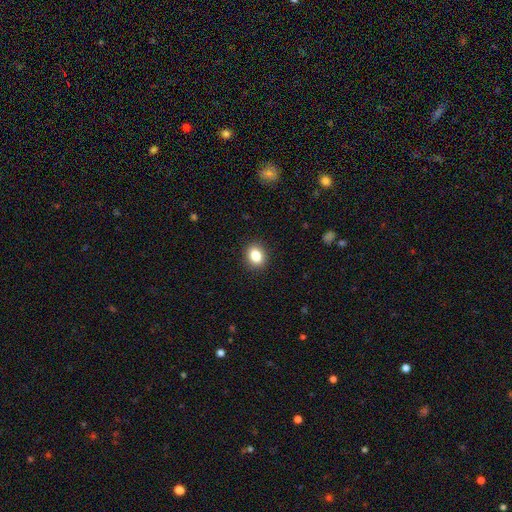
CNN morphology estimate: Smooth or featured: smooth — 84% (star or artifact — 9%)
How rounded: in between — 60% (round — 39%)
Merging: none — 90% (minor disturbance — 7%)